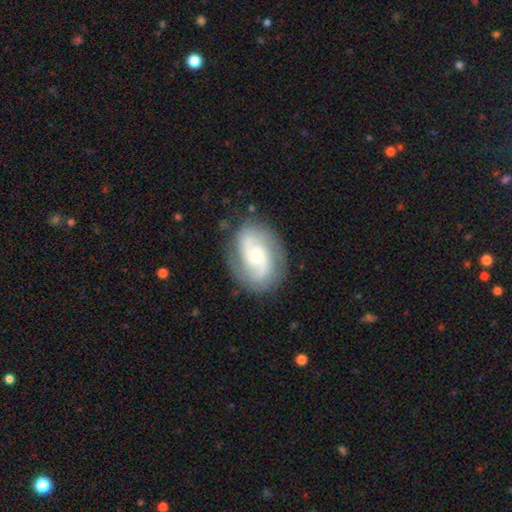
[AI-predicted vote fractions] The model was most divided on "bulge size": small: 54%, moderate: 41%, large: 3%, none: 1%, dominant: 1%. Remaining: edge-on disk — no (97%); spiral arms — yes (95%); smooth or featured — featured or disk (82%); merging — none (80%); spiral arm count — 2 (76%); bar — no (58%); spiral winding — medium (47%).